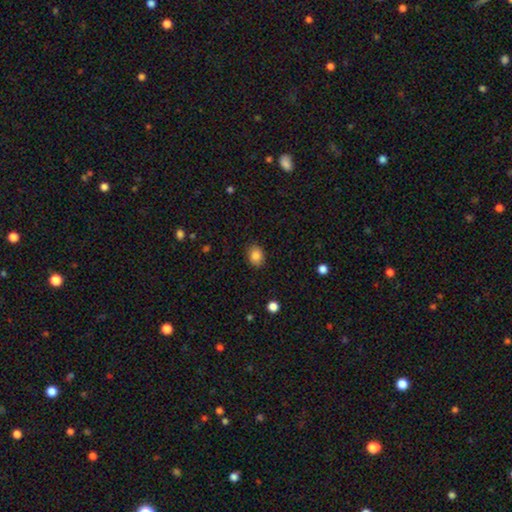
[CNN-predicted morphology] Q: Smooth or featured?
A: smooth (85%); runner-up: star or artifact (9%)
Q: How rounded?
A: in between (53%); runner-up: round (46%)
Q: Merging?
A: none (86%); runner-up: minor disturbance (10%)